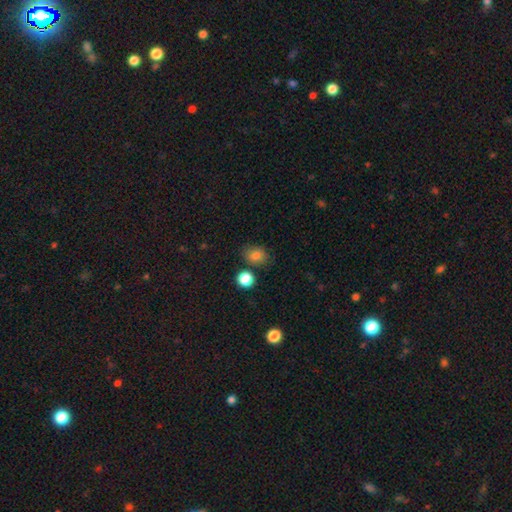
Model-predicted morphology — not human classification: smooth 81%, star or artifact 12%, featured or disk 7%. Down the decision tree: how rounded — in between (51%); merging — none (77%).